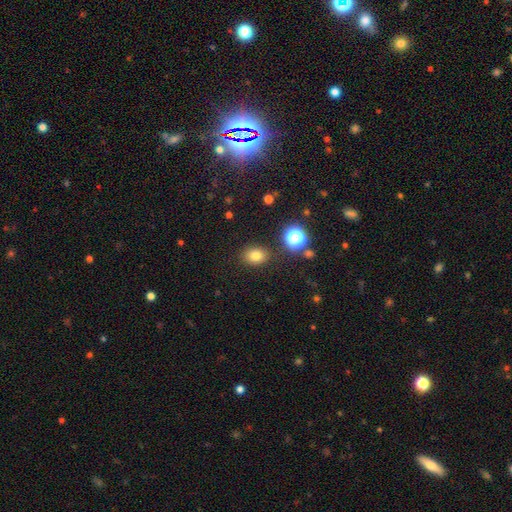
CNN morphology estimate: A smooth galaxy with no disk features (77%) that is in between round and cigar-shaped (58%).

Vote fractions:
- Smooth or featured? smooth: 77% / star or artifact: 15% / featured or disk: 8%
- How rounded? in between: 58% / round: 40% / cigar-shaped: 1%
- Merging? none: 85% / minor disturbance: 9% / major disturbance: 3% / merger: 3%